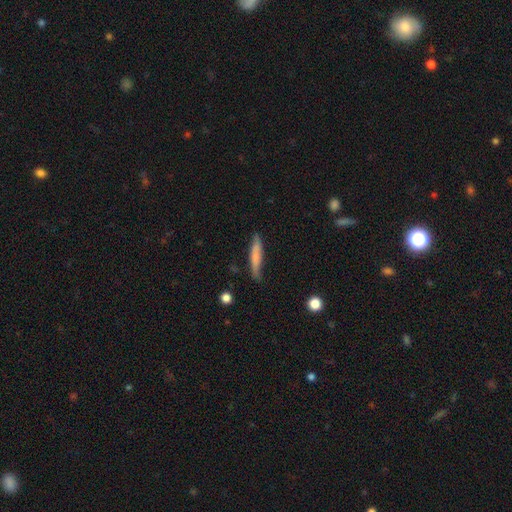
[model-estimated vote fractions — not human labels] smooth 69%, featured or disk 25%, star or artifact 6%. Down the decision tree: how rounded — cigar-shaped (90%); merging — none (74%).